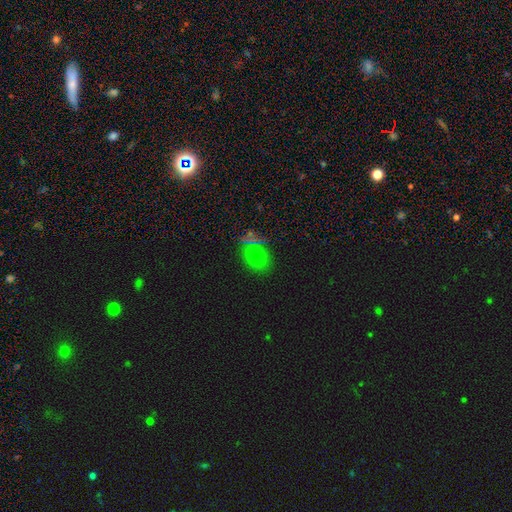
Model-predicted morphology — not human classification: smooth_or_featured: smooth (p=0.68) [alt: star or artifact p=0.21]
how_rounded: round (p=0.61) [alt: in between p=0.37]
merging: none (p=0.72) [alt: minor disturbance p=0.13]